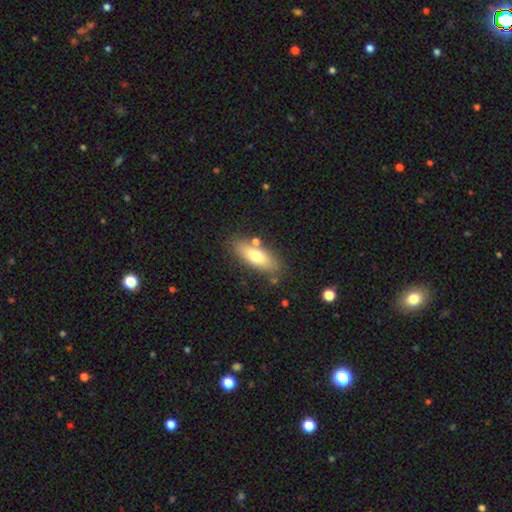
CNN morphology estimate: smooth_or_featured: smooth (p=0.70) [alt: featured or disk p=0.23]
how_rounded: in between (p=0.65) [alt: cigar-shaped p=0.33]
merging: none (p=0.79) [alt: minor disturbance p=0.12]